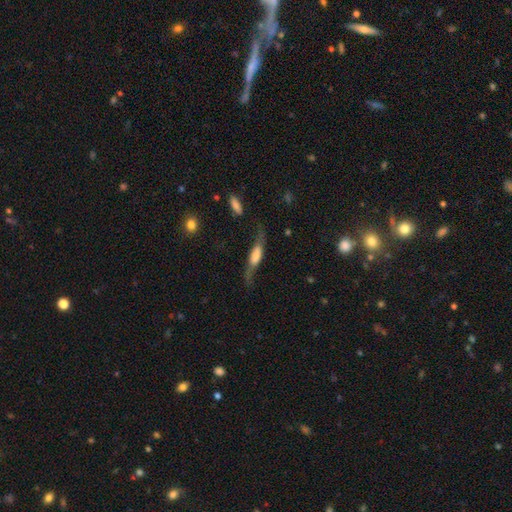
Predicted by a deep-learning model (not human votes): Smooth or featured?
  - featured or disk: 60% *
  - smooth: 33%
  - star or artifact: 7%
Edge-on disk?
  - yes: 62% *
  - no: 38%
Merging?
  - none: 59% *
  - minor disturbance: 20%
  - major disturbance: 18%
  - merger: 3%